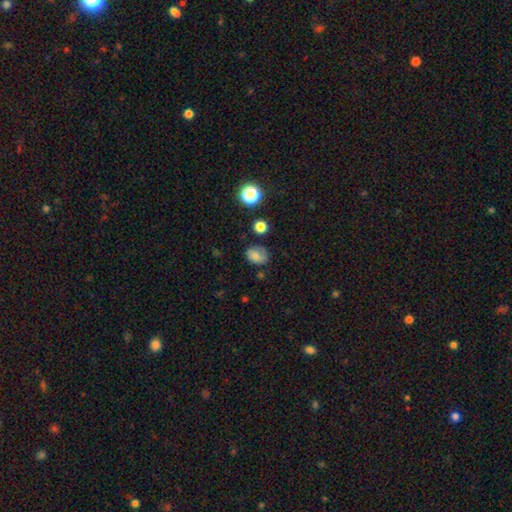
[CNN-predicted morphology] A smooth galaxy with no disk features (72%) that is in between round and cigar-shaped (56%).

Vote fractions:
- Smooth or featured? smooth: 72% / featured or disk: 16% / star or artifact: 12%
- How rounded? in between: 56% / round: 43% / cigar-shaped: 1%
- Merging? none: 67% / minor disturbance: 24% / major disturbance: 7% / merger: 3%